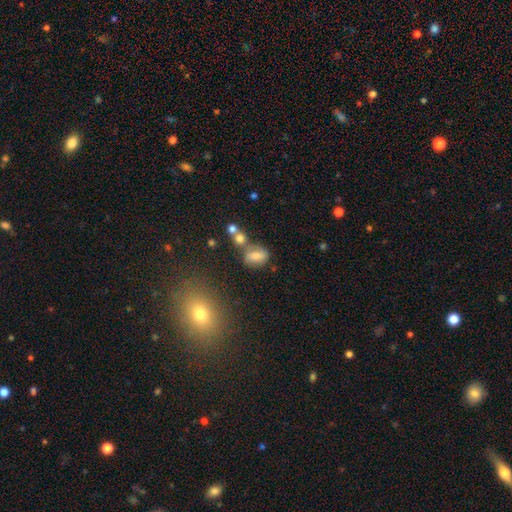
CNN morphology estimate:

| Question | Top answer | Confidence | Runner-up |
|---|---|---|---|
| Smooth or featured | smooth | 64% | featured or disk (22%) |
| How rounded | in between | 71% | round (25%) |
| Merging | none | 53% | merger (23%) |